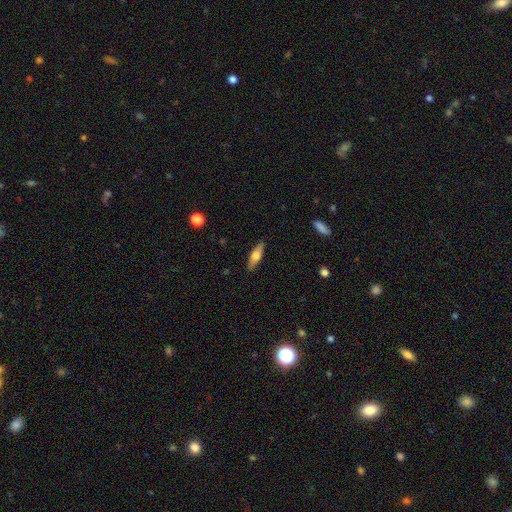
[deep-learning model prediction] This appears to be a smooth galaxy with no disk features (54%) that is cigar-shaped (53%). Merging: none (88%).